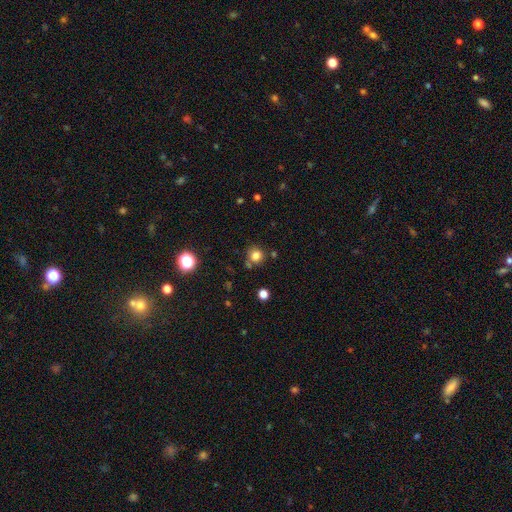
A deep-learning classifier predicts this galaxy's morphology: smooth-or-featured: smooth: 80% | star or artifact: 14% | featured or disk: 6%
  how-rounded: round: 90% | in between: 9% | cigar-shaped: 1%
  merging: none: 76% | minor disturbance: 12% | merger: 8% | major disturbance: 4%